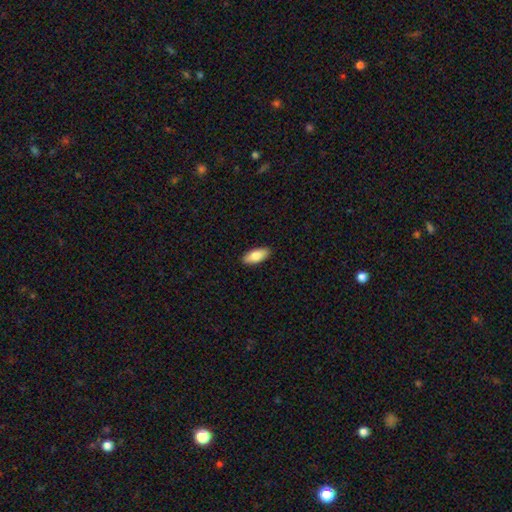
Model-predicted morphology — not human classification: smooth_or_featured: smooth (p=0.83) [alt: featured or disk p=0.11]
how_rounded: in between (p=0.88) [alt: cigar-shaped p=0.10]
merging: none (p=0.90) [alt: minor disturbance p=0.07]